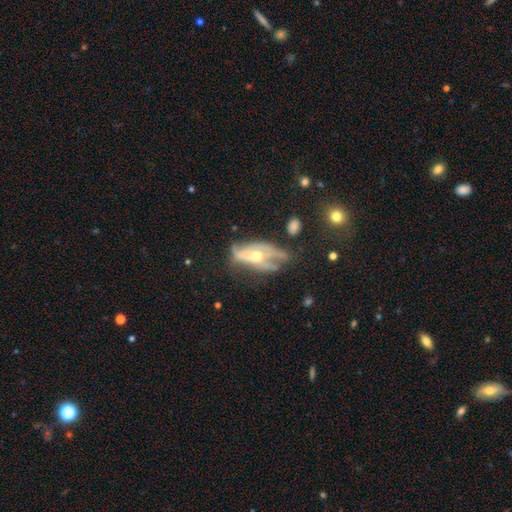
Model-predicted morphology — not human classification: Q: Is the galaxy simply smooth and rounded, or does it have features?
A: featured or disk — 73%.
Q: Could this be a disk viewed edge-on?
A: no — 84%.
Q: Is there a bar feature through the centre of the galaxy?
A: no — 66%.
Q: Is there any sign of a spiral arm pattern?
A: yes — 63%.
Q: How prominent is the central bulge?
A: moderate — 70%.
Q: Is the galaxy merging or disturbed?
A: major disturbance — 35%.